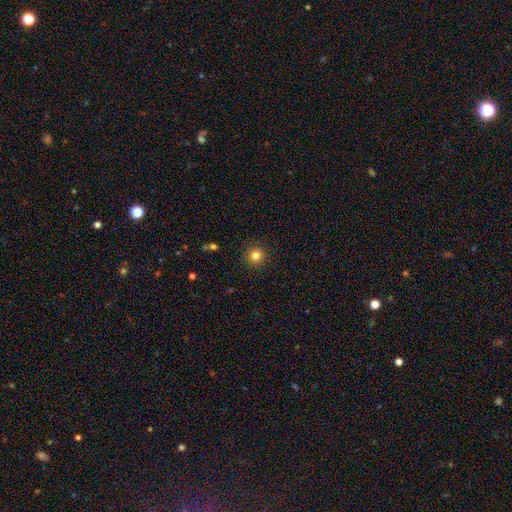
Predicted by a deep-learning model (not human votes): smooth 82%, star or artifact 13%, featured or disk 5%. Down the decision tree: how rounded — round (95%); merging — none (91%).